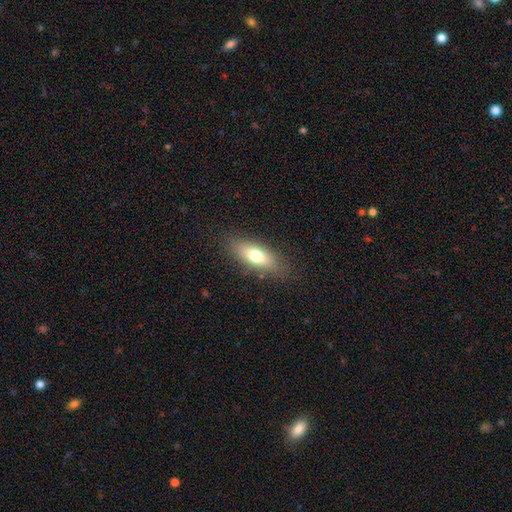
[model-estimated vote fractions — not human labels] Smooth or featured: smooth — 72% (featured or disk — 20%)
How rounded: in between — 71% (cigar-shaped — 25%)
Merging: none — 83% (minor disturbance — 12%)